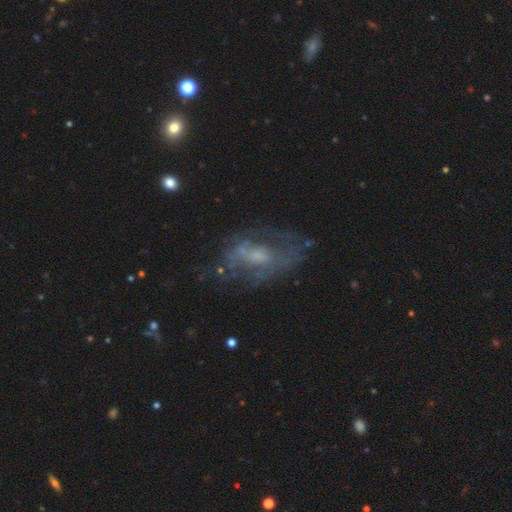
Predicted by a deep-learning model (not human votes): Q: Smooth or featured?
A: featured or disk (66%); runner-up: smooth (21%)
Q: Edge-on disk?
A: no (94%); runner-up: yes (6%)
Q: Bar?
A: no (64%); runner-up: weak (30%)
Q: Spiral arms?
A: no (54%); runner-up: yes (46%)
Q: Bulge size?
A: small (43%); runner-up: moderate (37%)
Q: Merging?
A: none (52%); runner-up: major disturbance (23%)